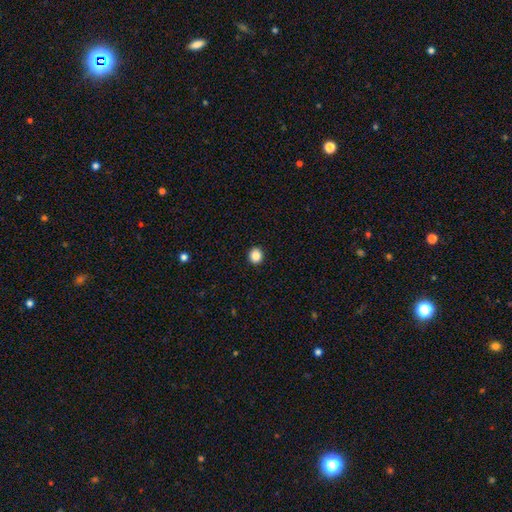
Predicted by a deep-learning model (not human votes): Smooth or featured? Predicted: smooth (p=0.87). How rounded? Predicted: round (p=0.89). Merging? Predicted: none (p=0.93).